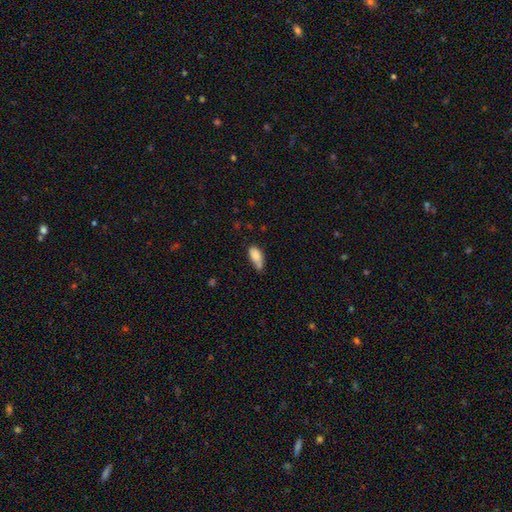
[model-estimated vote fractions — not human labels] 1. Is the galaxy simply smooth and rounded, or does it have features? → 82% smooth, 9% featured or disk, 9% star or artifact.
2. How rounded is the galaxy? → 88% in between, 8% cigar-shaped, 4% round.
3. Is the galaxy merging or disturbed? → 40% none, 32% minor disturbance, 18% merger, 10% major disturbance.